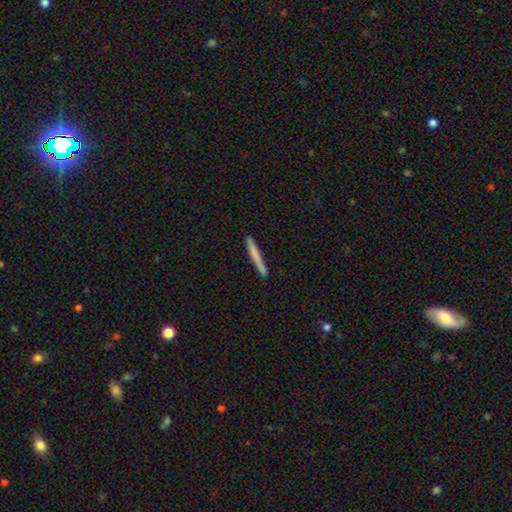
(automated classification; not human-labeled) A smooth galaxy with no disk features (72%) that is cigar-shaped (97%). Merging: none (88%).